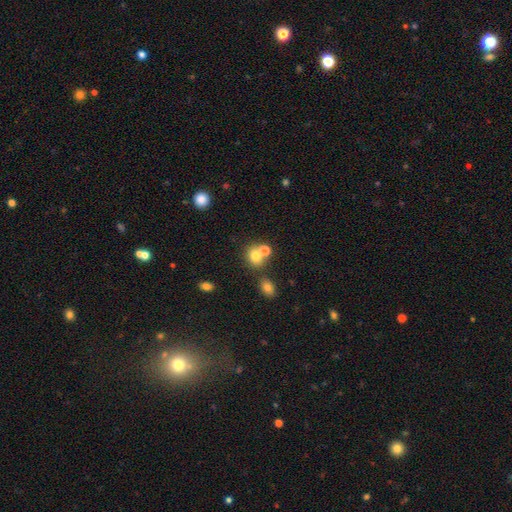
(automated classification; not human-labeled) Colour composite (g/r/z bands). It shows a smooth galaxy with no disk features (74%) that is round (66%). Merging: none (47%).